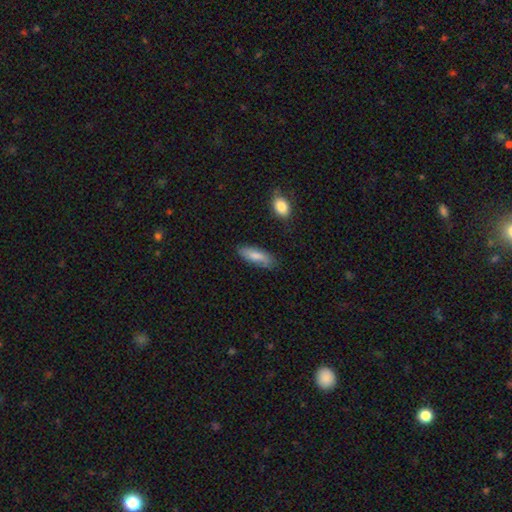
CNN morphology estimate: Smooth or featured?
  - smooth: 77% *
  - featured or disk: 17%
  - star or artifact: 6%
How rounded?
  - in between: 65% *
  - cigar-shaped: 33%
  - round: 2%
Merging?
  - none: 75% *
  - minor disturbance: 19%
  - major disturbance: 4%
  - merger: 3%